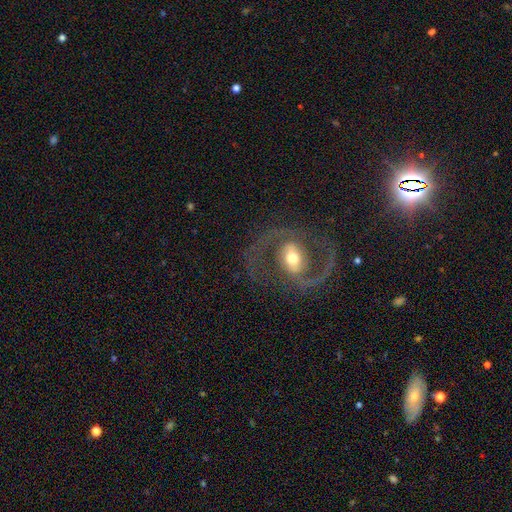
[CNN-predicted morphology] This is clearly a featured or disk galaxy (87%). It is clearly not viewed edge-on (97%). Bar: marginally weak (38%). Spiral arm pattern: clearly yes (95%). Spiral arm count: clearly 2 (93%). Spiral winding: likely medium (62%). Central bulge: likely moderate (65%). Merging: clearly none (82%).